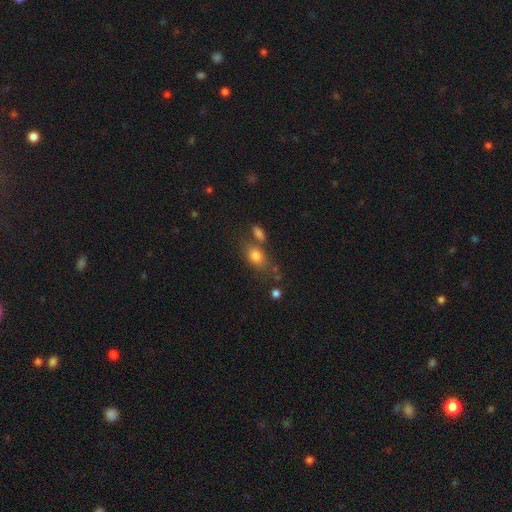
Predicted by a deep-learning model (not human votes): Smooth or featured: smooth — 80% (star or artifact — 10%)
How rounded: in between — 72% (round — 24%)
Merging: none — 56% (merger — 21%)